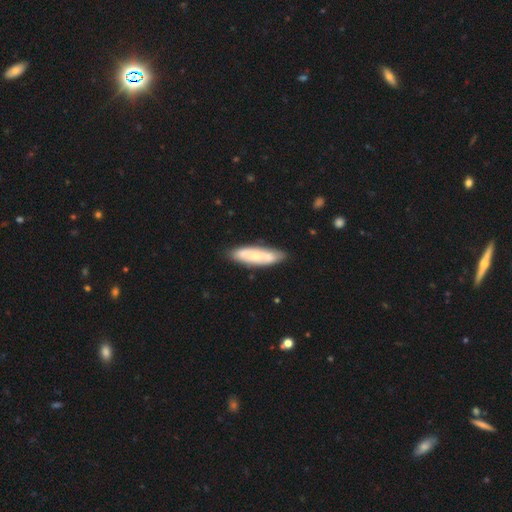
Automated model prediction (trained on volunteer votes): Overall: smooth (53%; featured or disk 41%). How rounded: cigar-shaped (59%; in between 39%). Merging: none (82%).